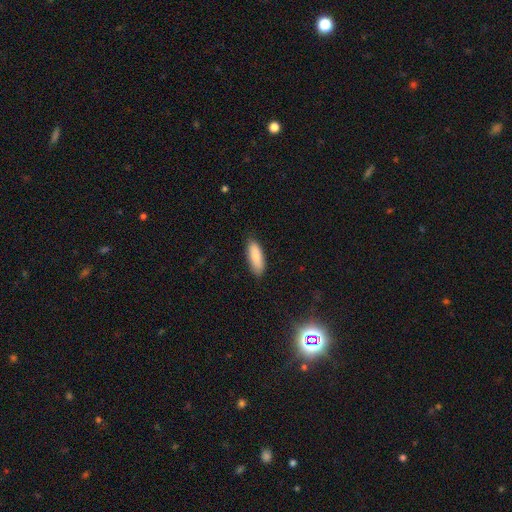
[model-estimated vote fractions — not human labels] smooth 85%, featured or disk 9%, star or artifact 6%. Down the decision tree: how rounded — in between (67%); merging — none (85%).